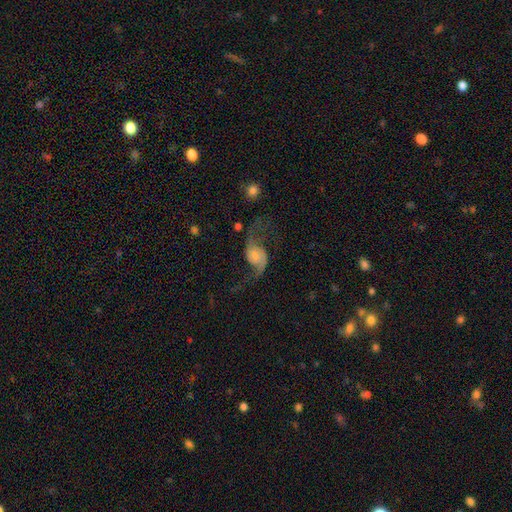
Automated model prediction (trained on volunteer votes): Morphology: type=featured or disk (83%); edge-on=no (97%); bar=no (67%); spiral arms=yes (96%); winding=loose (90%); arm count=2 (94%); bulge=small (27%); merging=none (60%).